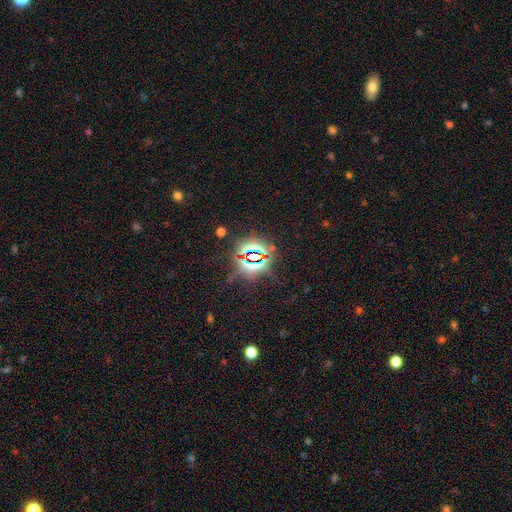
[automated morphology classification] type=star or artifact (82%).